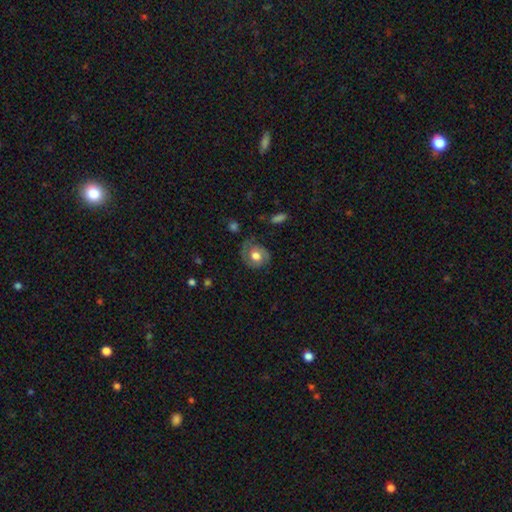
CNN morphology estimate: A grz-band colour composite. It shows a featured or disk galaxy (54%) with no bar (70%), spiral arms (76%) and a moderate central bulge (54%). Merging: none (72%).